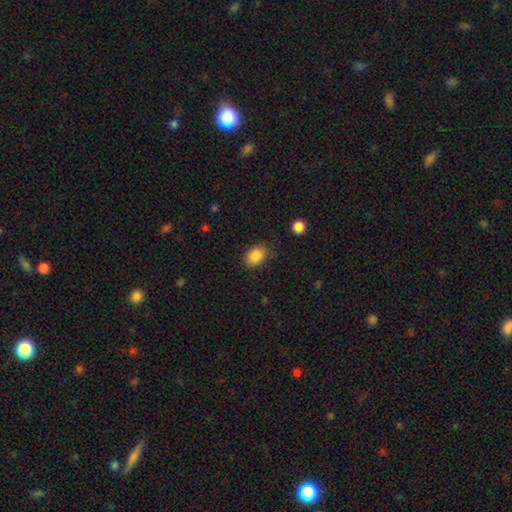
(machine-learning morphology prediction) Overall: smooth (87%). How rounded: in between (73%). Merging: none (80%).